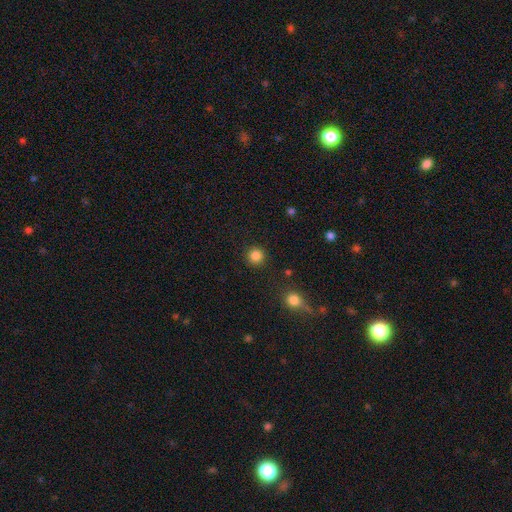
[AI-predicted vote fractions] A smooth galaxy with no disk features (84%) that is round (94%). Merging: none (89%).